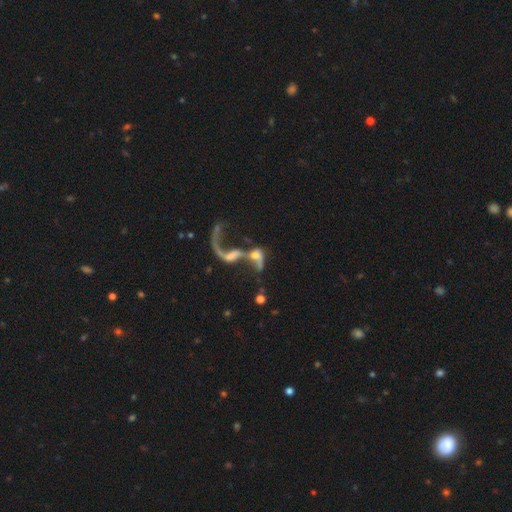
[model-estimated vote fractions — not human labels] The model was most divided on "bulge size": none: 33%, moderate: 28%, small: 26%, large: 10%, dominant: 3%. More confident: edge-on disk — no (92%); smooth or featured — featured or disk (65%); bar — no (61%); merging — merger (61%); spiral arms — yes (59%).